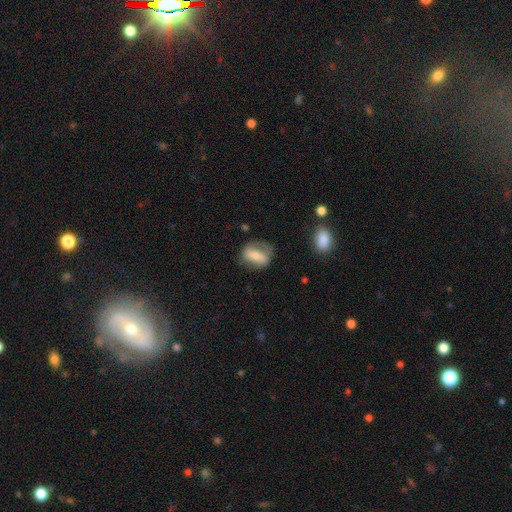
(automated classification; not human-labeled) Smooth or featured?
  - smooth: 56% *
  - featured or disk: 37%
  - star or artifact: 7%
How rounded?
  - in between: 72% *
  - round: 23%
  - cigar-shaped: 5%
Merging?
  - none: 58% *
  - minor disturbance: 25%
  - major disturbance: 15%
  - merger: 3%